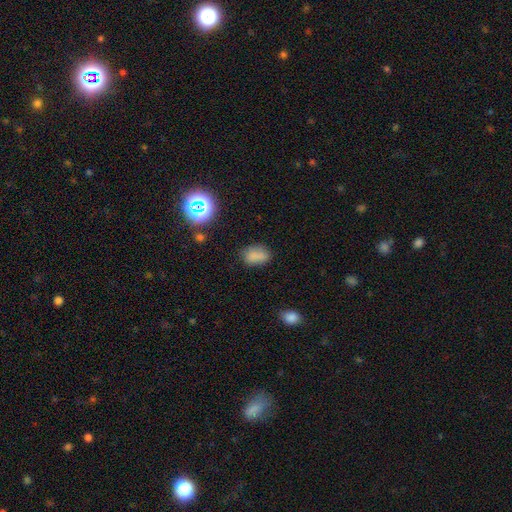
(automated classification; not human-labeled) Q: Smooth or featured?
A: smooth (78%); runner-up: star or artifact (15%)
Q: How rounded?
A: in between (82%); runner-up: round (16%)
Q: Merging?
A: none (72%); runner-up: minor disturbance (20%)